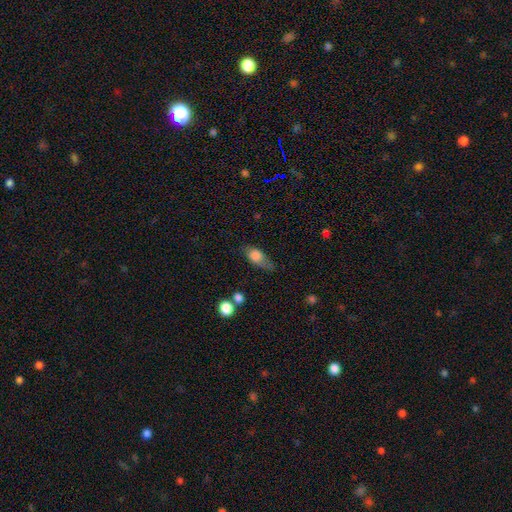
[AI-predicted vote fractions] smooth 72%, featured or disk 20%, star or artifact 8%. Down the decision tree: how rounded — in between (76%); merging — none (51%).